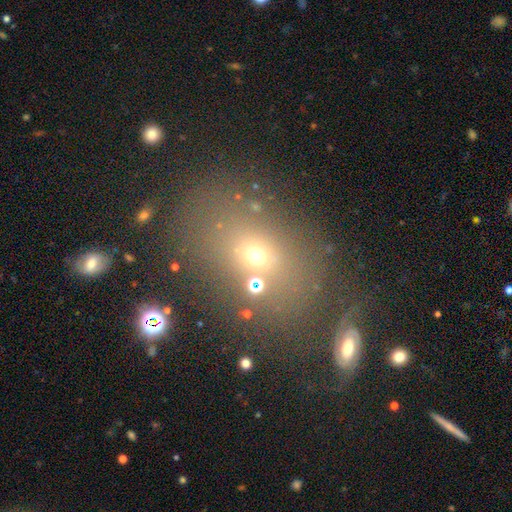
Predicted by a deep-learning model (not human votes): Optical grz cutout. It shows a smooth galaxy with no disk features (58%) that is in between round and cigar-shaped (59%). Merging: none (65%).